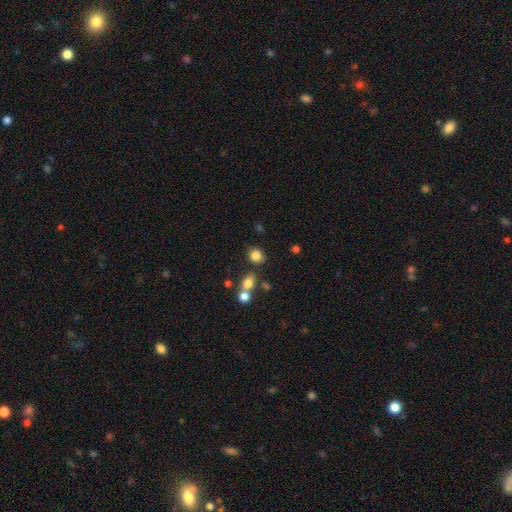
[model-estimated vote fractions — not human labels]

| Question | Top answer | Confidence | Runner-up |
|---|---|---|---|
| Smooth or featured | smooth | 83% | star or artifact (12%) |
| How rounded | round | 69% | in between (30%) |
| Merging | none | 73% | minor disturbance (12%) |